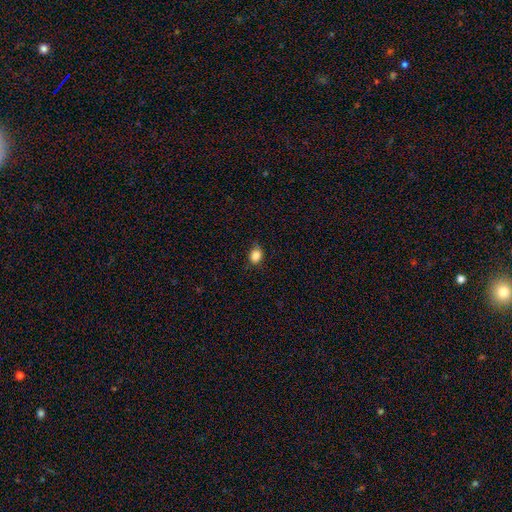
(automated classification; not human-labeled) Smooth or featured? smooth (85%)
How rounded? round (53%)
Merging? none (74%)